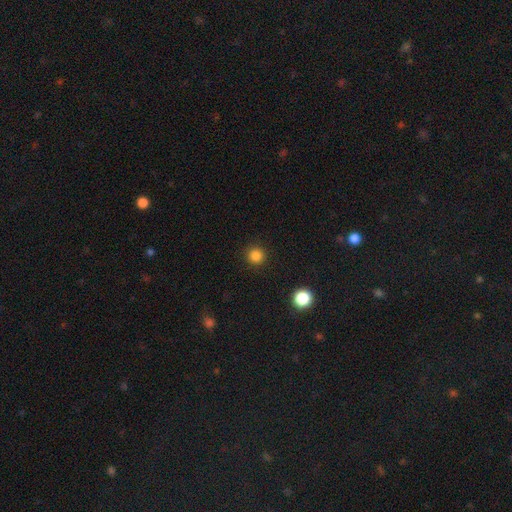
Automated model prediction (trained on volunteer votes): The model was most divided on "smooth or featured": smooth: 83%, star or artifact: 13%, featured or disk: 3%. More confident: how rounded — round (95%); merging — none (92%).